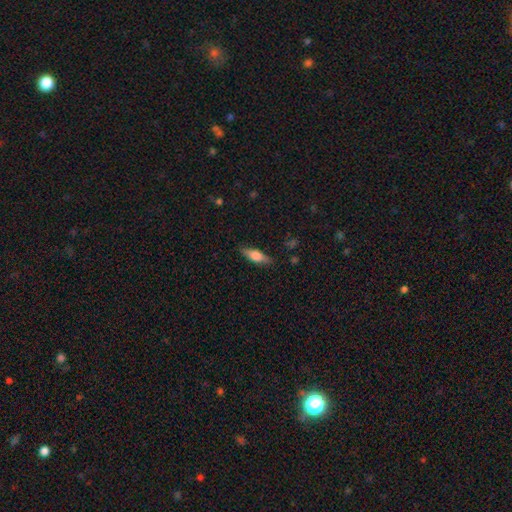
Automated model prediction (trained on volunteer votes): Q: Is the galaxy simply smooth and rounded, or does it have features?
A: smooth — 58%.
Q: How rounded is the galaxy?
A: in between — 49%.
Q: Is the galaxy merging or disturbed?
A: none — 84%.